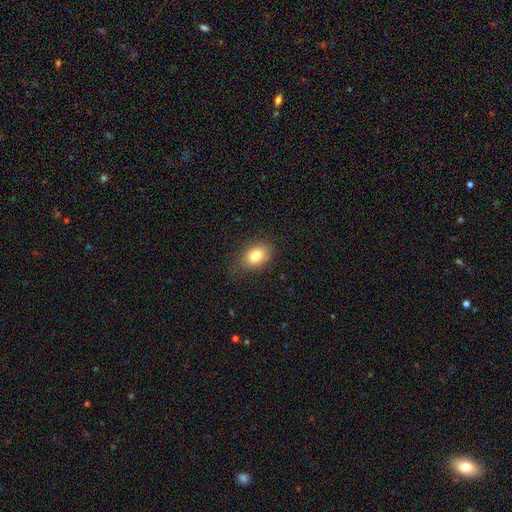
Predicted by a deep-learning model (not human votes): smooth 81%, featured or disk 10%, star or artifact 9%. Down the decision tree: how rounded — in between (77%); merging — none (78%).